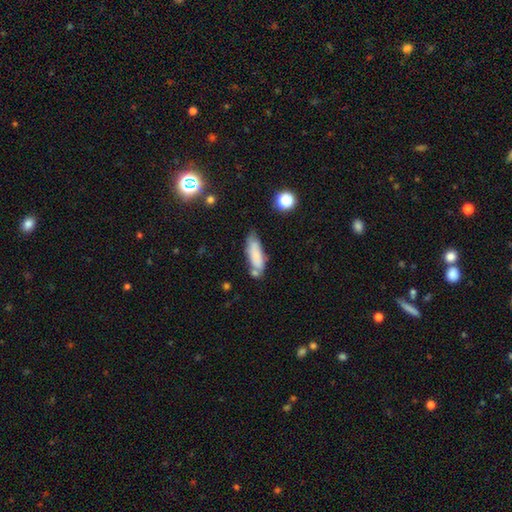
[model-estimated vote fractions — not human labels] smooth 75%, featured or disk 17%, star or artifact 9%. Down the decision tree: how rounded — in between (49%, tied with cigar-shaped); merging — none (57%).